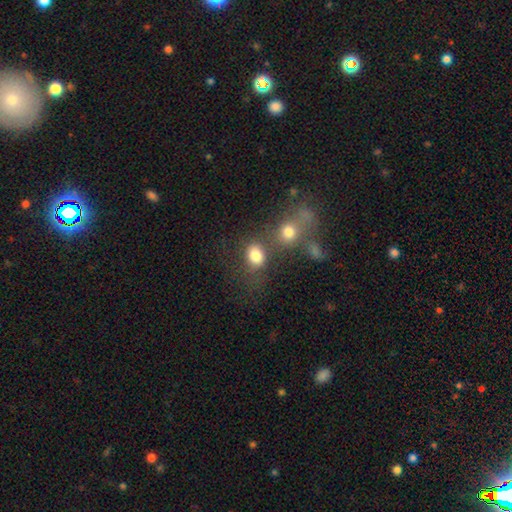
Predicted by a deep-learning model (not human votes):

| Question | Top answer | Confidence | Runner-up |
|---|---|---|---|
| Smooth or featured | smooth | 80% | star or artifact (12%) |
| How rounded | in between | 60% | round (38%) |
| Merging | none | 50% | merger (28%) |